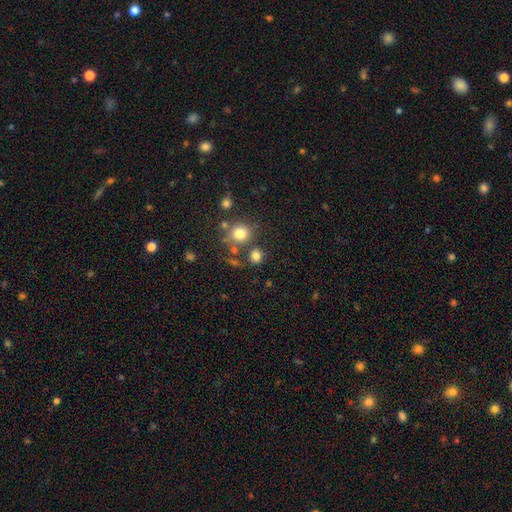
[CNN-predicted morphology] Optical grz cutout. It shows a smooth galaxy with no disk features (79%) that is round (76%). Merging: none (68%).